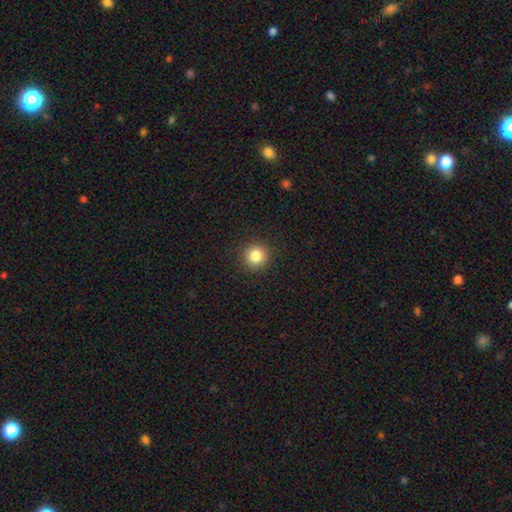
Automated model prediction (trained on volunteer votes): This appears to be a smooth galaxy with no disk features (84%) that is round (93%). Merging: none (92%).